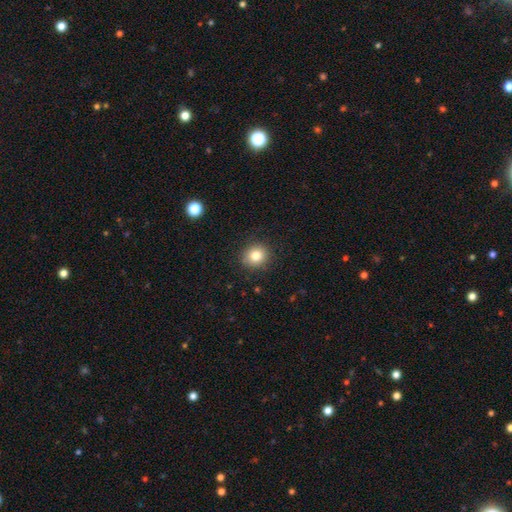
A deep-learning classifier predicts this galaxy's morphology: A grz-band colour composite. It shows a smooth galaxy with no disk features (83%) that is round (81%). Merging: none (88%).